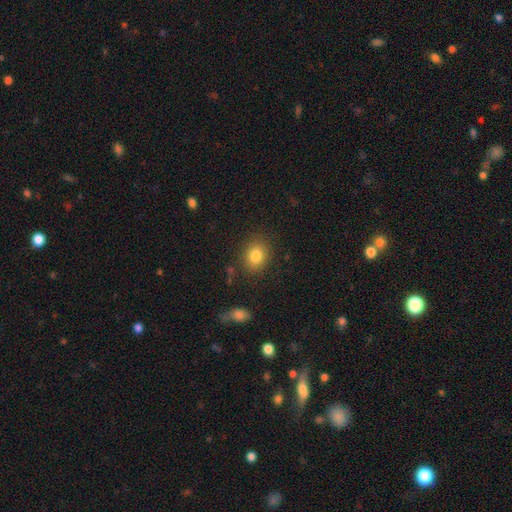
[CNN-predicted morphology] This is clearly a smooth galaxy (82%). How rounded: possibly round (52%). Merging: clearly none (83%).